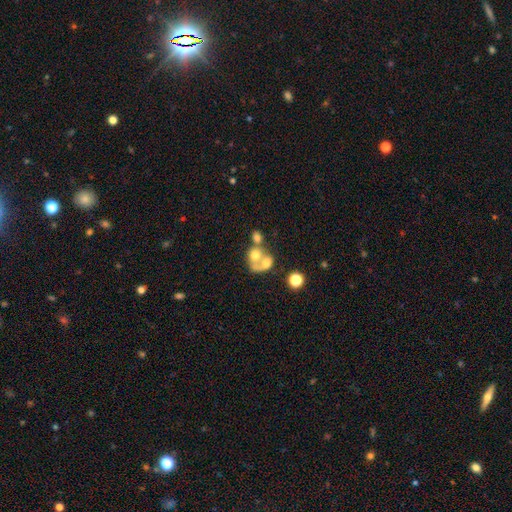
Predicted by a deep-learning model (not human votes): A smooth galaxy with no disk features (56%) that is round (57%).

Vote fractions:
- Smooth or featured? smooth: 56% / featured or disk: 33% / star or artifact: 11%
- How rounded? round: 57% / in between: 42% / cigar-shaped: 1%
- Merging? merger: 68% / none: 16% / major disturbance: 10% / minor disturbance: 6%